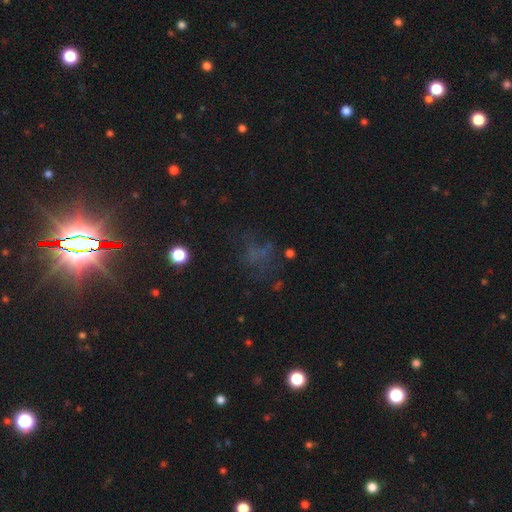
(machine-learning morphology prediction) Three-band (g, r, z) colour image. It shows a star or artifact, not a galaxy (46%).